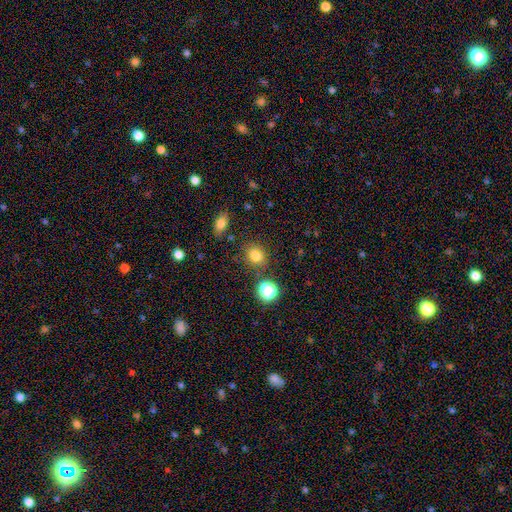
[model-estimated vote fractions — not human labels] Overall: smooth (79%). How rounded: round (69%; in between 30%). Merging: none (81%).